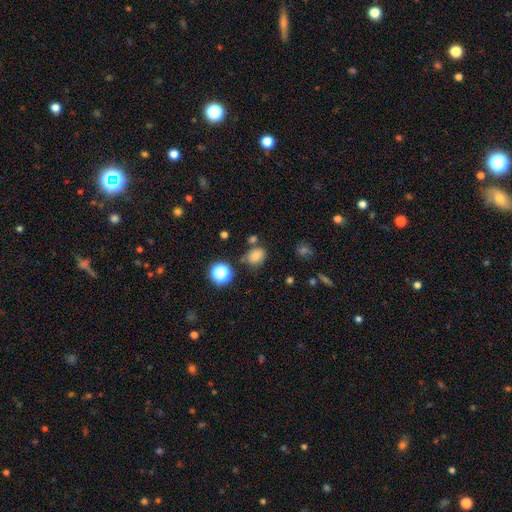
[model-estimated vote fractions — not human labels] Smooth or featured?
  - smooth: 75% *
  - star or artifact: 17%
  - featured or disk: 8%
How rounded?
  - round: 52% *
  - in between: 47%
  - cigar-shaped: 1%
Merging?
  - none: 71% *
  - minor disturbance: 15%
  - merger: 9%
  - major disturbance: 5%